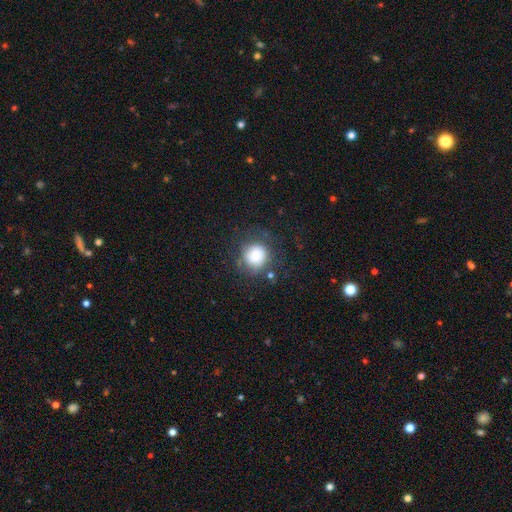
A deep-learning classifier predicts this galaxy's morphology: A smooth galaxy with no disk features (75%) that is round (88%). Merging: none (66%).